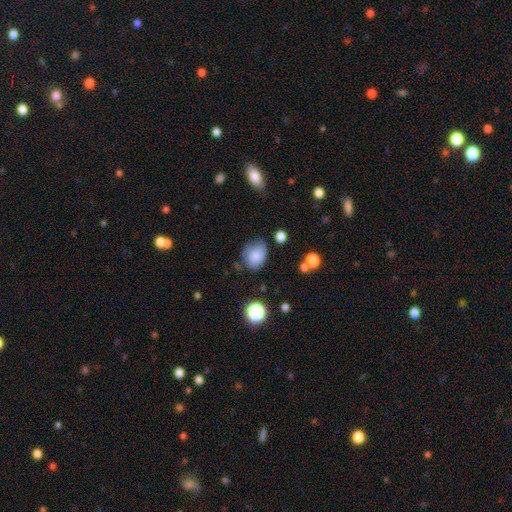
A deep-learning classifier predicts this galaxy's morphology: A smooth galaxy with no disk features (79%) that is in between round and cigar-shaped (55%).

Vote fractions:
- Smooth or featured? smooth: 79% / featured or disk: 11% / star or artifact: 10%
- How rounded? in between: 55% / round: 44% / cigar-shaped: 1%
- Merging? none: 52% / minor disturbance: 32% / major disturbance: 12% / merger: 4%